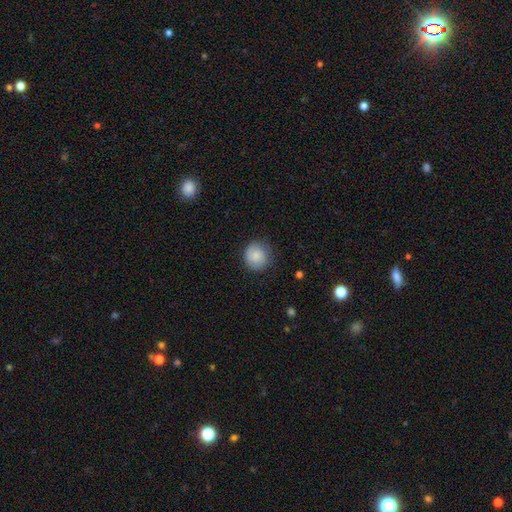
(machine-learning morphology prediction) Smooth or featured: smooth — 78% (featured or disk — 15%)
How rounded: round — 88% (in between — 11%)
Merging: none — 80% (minor disturbance — 15%)